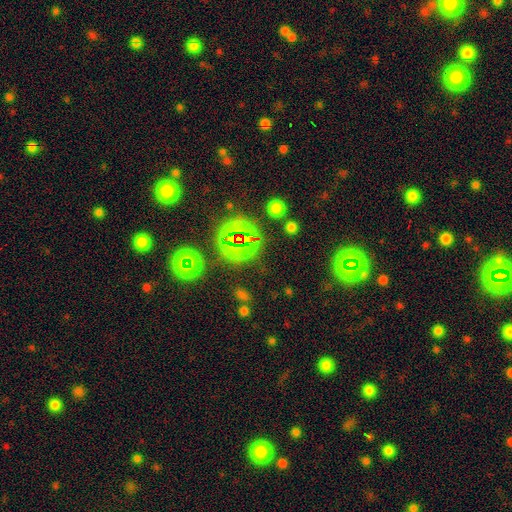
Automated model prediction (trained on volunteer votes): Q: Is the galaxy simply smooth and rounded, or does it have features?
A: star or artifact — 70%.